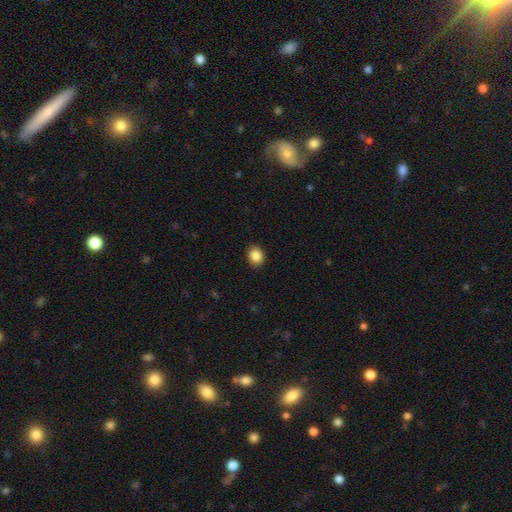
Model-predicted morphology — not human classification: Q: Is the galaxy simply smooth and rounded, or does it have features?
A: smooth — 86%.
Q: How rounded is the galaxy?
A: round — 53%.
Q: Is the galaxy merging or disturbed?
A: none — 90%.